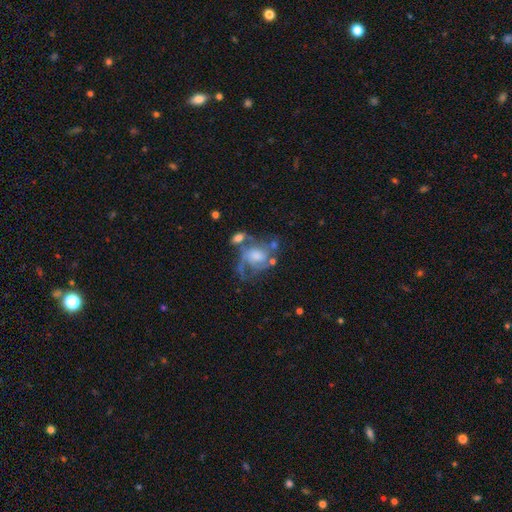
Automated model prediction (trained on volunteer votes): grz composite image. It shows a featured or disk galaxy (75%) with no bar (66%), 2 (35%) medium (45%) spiral arms (84%) and a moderate central bulge (44%). Merging: none (37%).